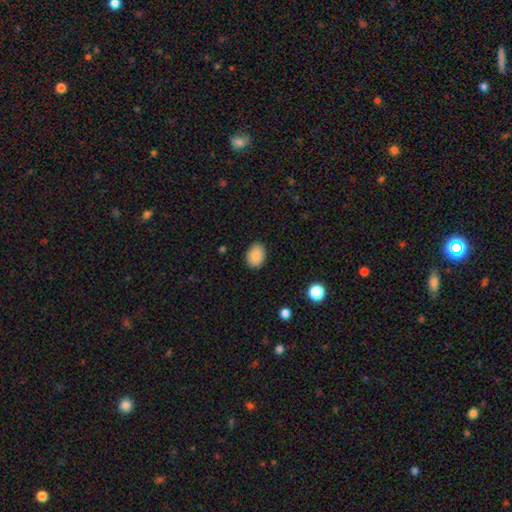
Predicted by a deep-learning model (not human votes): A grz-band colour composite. It shows a smooth galaxy with no disk features (89%) that is in between round and cigar-shaped (69%). Merging: none (86%).